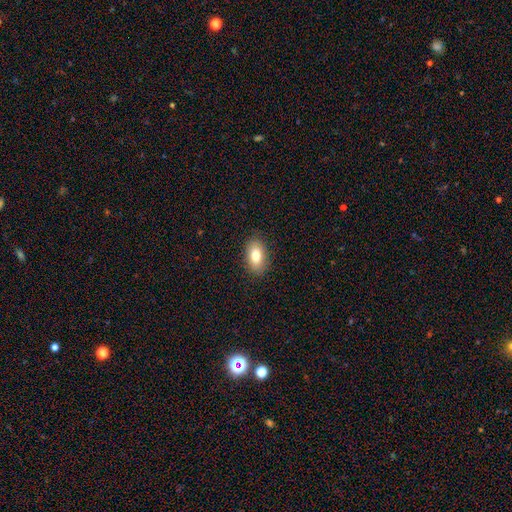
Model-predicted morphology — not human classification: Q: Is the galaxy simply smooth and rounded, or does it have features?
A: smooth — 81%.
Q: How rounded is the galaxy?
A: in between — 90%.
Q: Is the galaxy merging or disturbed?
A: none — 87%.